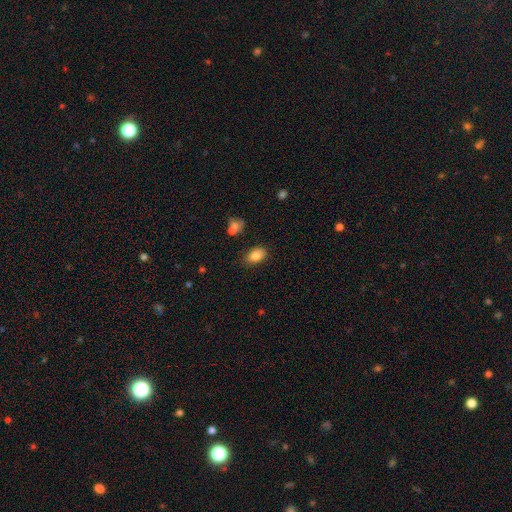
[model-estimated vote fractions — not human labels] Smooth or featured?
  - smooth: 84% *
  - star or artifact: 9%
  - featured or disk: 7%
How rounded?
  - in between: 86% *
  - round: 13%
  - cigar-shaped: 2%
Merging?
  - none: 81% *
  - minor disturbance: 14%
  - major disturbance: 3%
  - merger: 2%